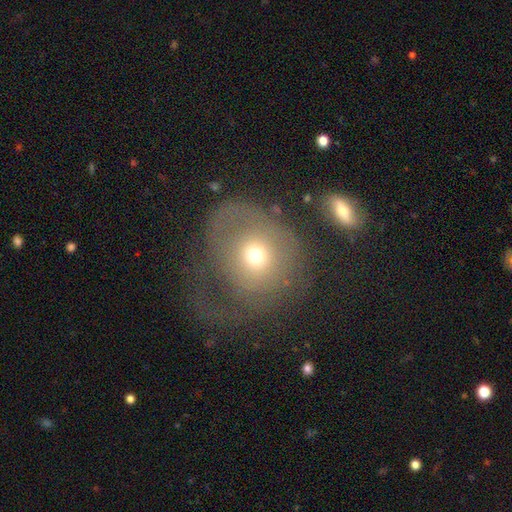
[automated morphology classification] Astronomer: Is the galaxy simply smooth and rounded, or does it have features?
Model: smooth — 50% (runner-up: featured or disk, 39%).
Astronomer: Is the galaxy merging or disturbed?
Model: major disturbance — 47% (runner-up: none, 33%).